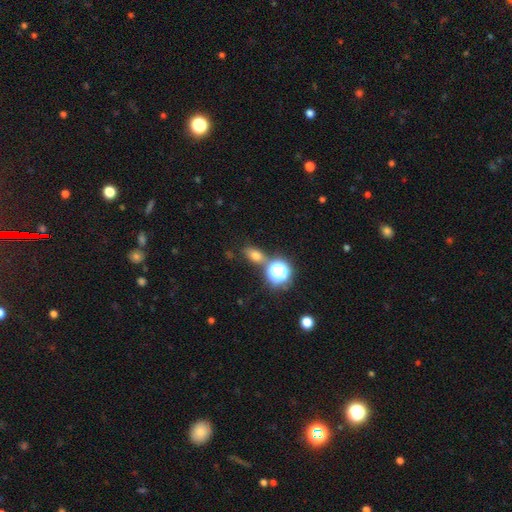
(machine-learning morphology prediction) smooth_or_featured: smooth (p=0.64) [alt: star or artifact p=0.25]
how_rounded: in between (p=0.68) [alt: round p=0.28]
merging: none (p=0.72) [alt: minor disturbance p=0.12]